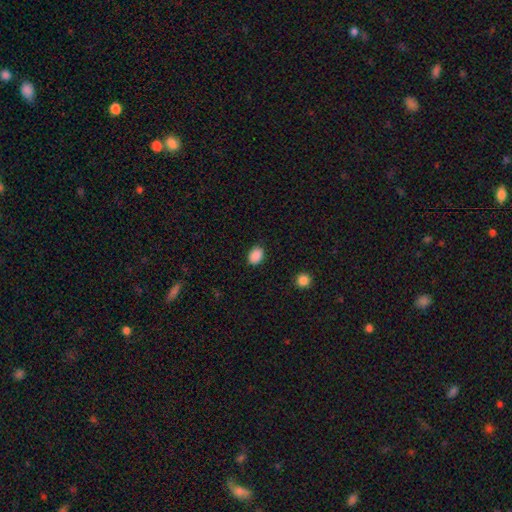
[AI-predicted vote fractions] The model was most divided on "how rounded": in between: 74%, round: 25%, cigar-shaped: 1%. More confident: smooth or featured — smooth (89%); merging — none (88%).